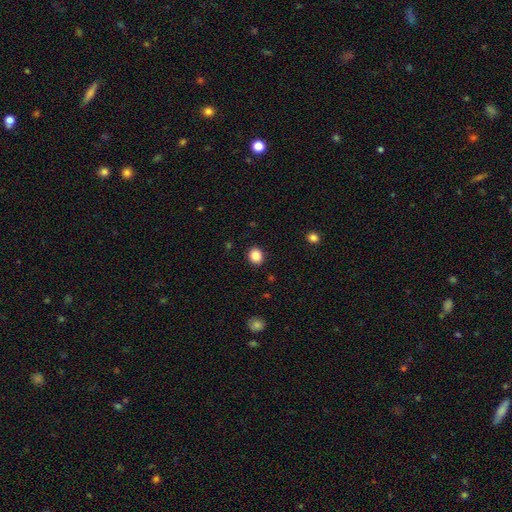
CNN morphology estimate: Smooth or featured?
  - smooth: 86% *
  - star or artifact: 10%
  - featured or disk: 4%
How rounded?
  - round: 69% *
  - in between: 30%
  - cigar-shaped: 1%
Merging?
  - none: 91% *
  - minor disturbance: 6%
  - major disturbance: 2%
  - merger: 1%